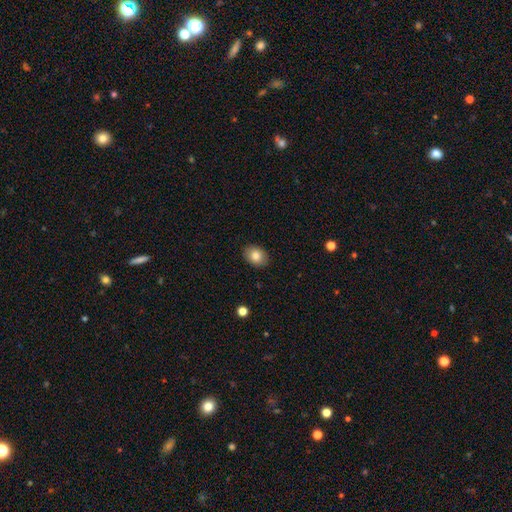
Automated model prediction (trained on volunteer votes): Morphology: type=smooth (83%); roundness=in between (66%); merging=none (89%).